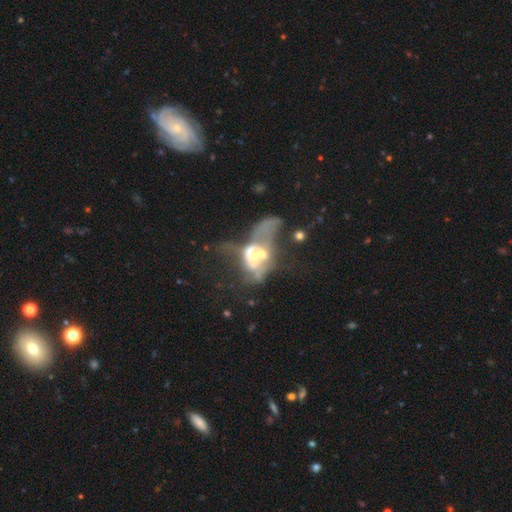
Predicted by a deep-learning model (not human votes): smooth_or_featured: featured or disk (p=0.60) [alt: smooth p=0.28]
disk_edge_on: no (p=0.94) [alt: yes p=0.06]
bar: no (p=0.76) [alt: weak p=0.16]
has_spiral_arms: no (p=0.79) [alt: yes p=0.21]
bulge_size: moderate (p=0.44) [alt: large p=0.24]
merging: merger (p=0.59) [alt: major disturbance p=0.30]